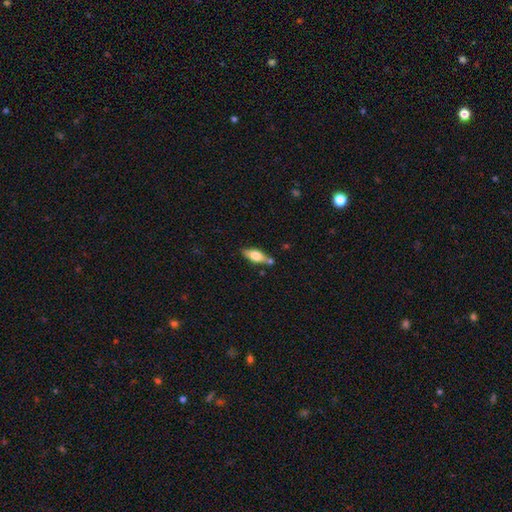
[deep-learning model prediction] This is likely a smooth galaxy (67%). How rounded: likely in between (76%). Merging: likely none (68%).